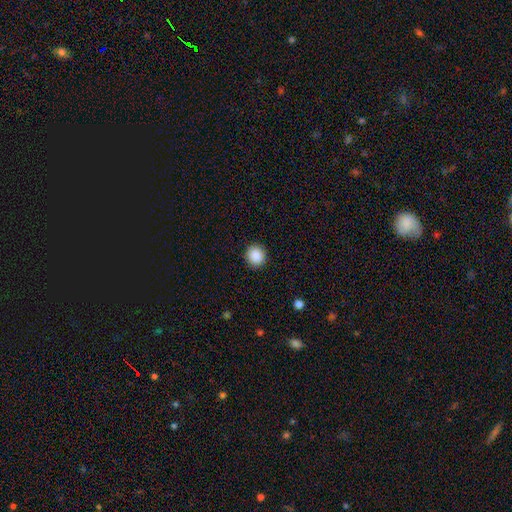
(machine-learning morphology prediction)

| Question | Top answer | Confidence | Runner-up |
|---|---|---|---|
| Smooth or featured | smooth | 89% | star or artifact (8%) |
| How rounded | round | 88% | in between (11%) |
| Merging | none | 92% | minor disturbance (6%) |